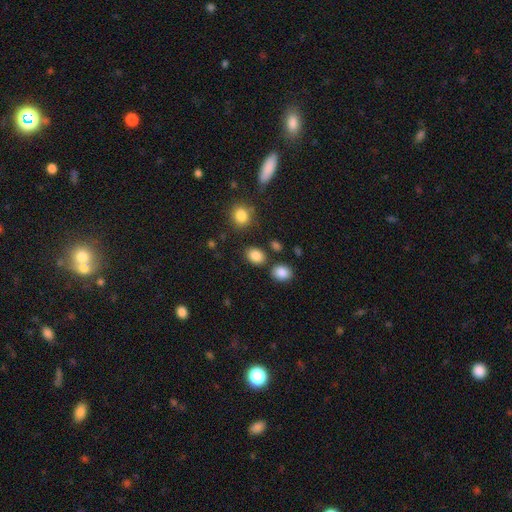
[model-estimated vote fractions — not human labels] A smooth galaxy with no disk features (85%) that is in between round and cigar-shaped (64%).

Vote fractions:
- Smooth or featured? smooth: 85% / star or artifact: 10% / featured or disk: 5%
- How rounded? in between: 64% / round: 35% / cigar-shaped: 1%
- Merging? none: 80% / minor disturbance: 10% / merger: 7% / major disturbance: 3%